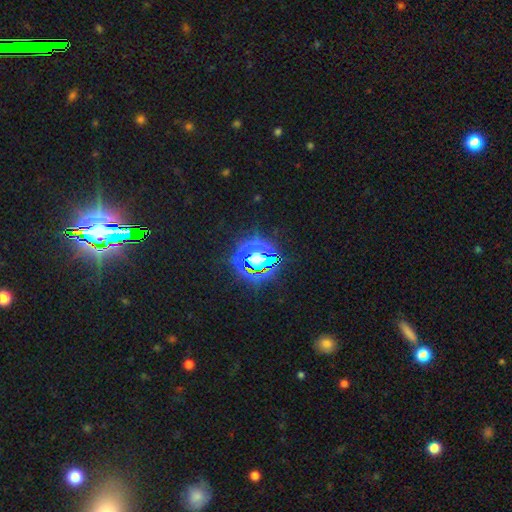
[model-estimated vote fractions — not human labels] This appears to be a star or artifact, not a galaxy (78%).